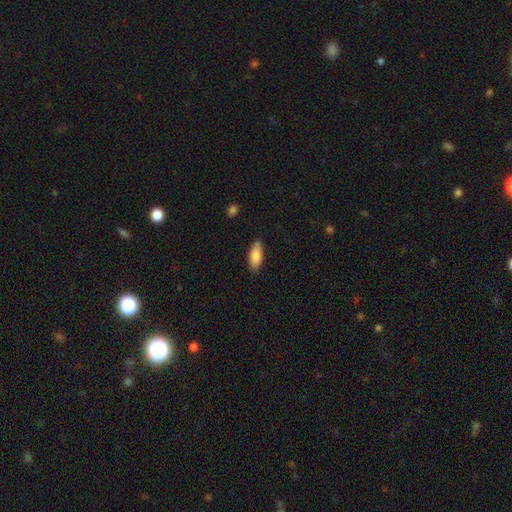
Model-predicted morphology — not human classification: This appears to be a smooth galaxy with no disk features (84%) that is in between round and cigar-shaped (78%). Merging: none (84%).